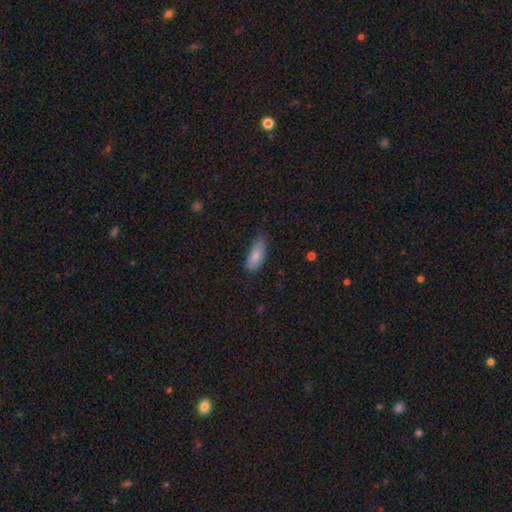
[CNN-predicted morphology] Smooth or featured?
  - smooth: 81% *
  - featured or disk: 12%
  - star or artifact: 6%
How rounded?
  - in between: 79% *
  - cigar-shaped: 19%
  - round: 2%
Merging?
  - none: 70% *
  - minor disturbance: 25%
  - major disturbance: 4%
  - merger: 1%